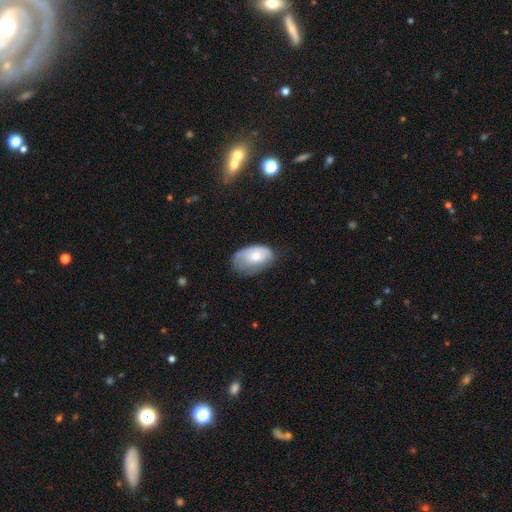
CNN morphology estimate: Overall: smooth (63%; featured or disk 30%). How rounded: in between (91%). Merging: none (45%; minor disturbance 37%).